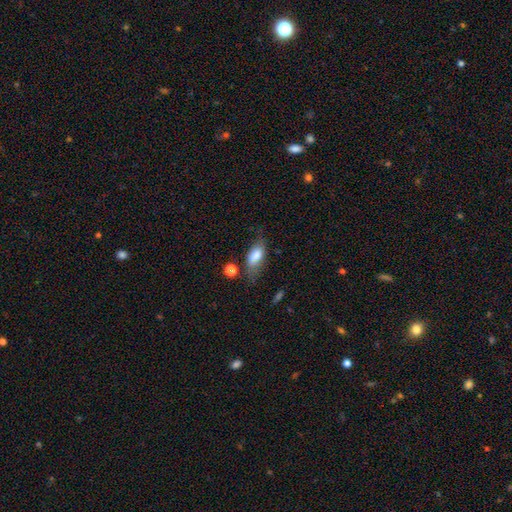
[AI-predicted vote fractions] A smooth galaxy with no disk features (73%) that is in between round and cigar-shaped (83%). Merging: none (56%).